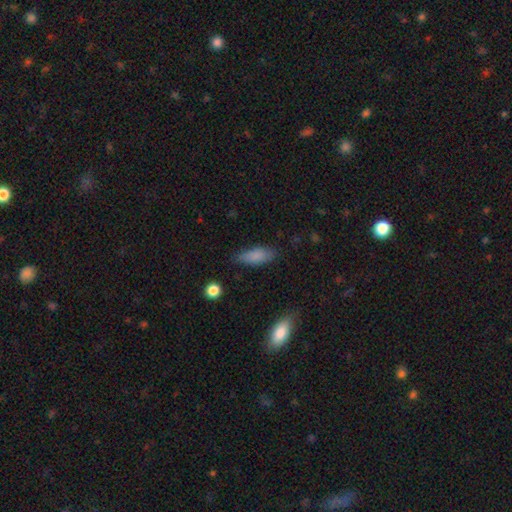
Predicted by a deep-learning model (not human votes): Smooth or featured? Predicted: smooth (p=0.83). How rounded? Predicted: in between (p=0.73). Merging? Predicted: none (p=0.76).